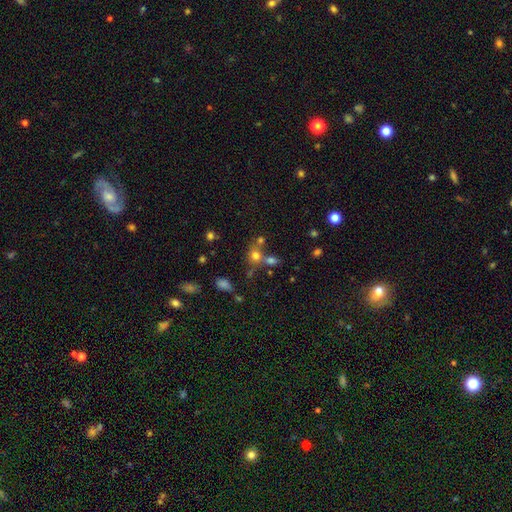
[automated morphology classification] This appears to be a smooth galaxy with no disk features (68%) that is round (73%). Merging: none (50%).